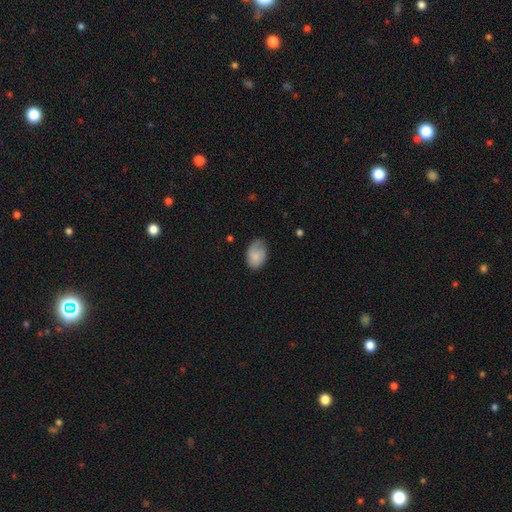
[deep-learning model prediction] A smooth galaxy with no disk features (76%) that is in between round and cigar-shaped (85%).

Vote fractions:
- Smooth or featured? smooth: 76% / featured or disk: 17% / star or artifact: 7%
- How rounded? in between: 85% / round: 14% / cigar-shaped: 1%
- Merging? none: 58% / minor disturbance: 32% / major disturbance: 9% / merger: 1%